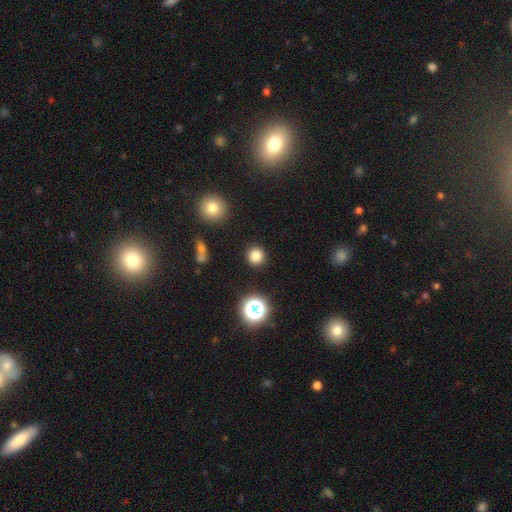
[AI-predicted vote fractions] smooth 80%, star or artifact 15%, featured or disk 5%. Down the decision tree: how rounded — round (93%); merging — none (90%).